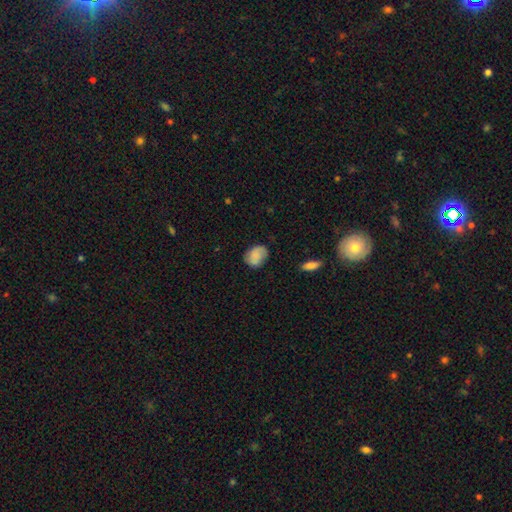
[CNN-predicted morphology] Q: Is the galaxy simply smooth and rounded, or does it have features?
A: smooth — 81%.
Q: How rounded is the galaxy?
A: in between — 63%.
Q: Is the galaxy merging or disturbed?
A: none — 70%.